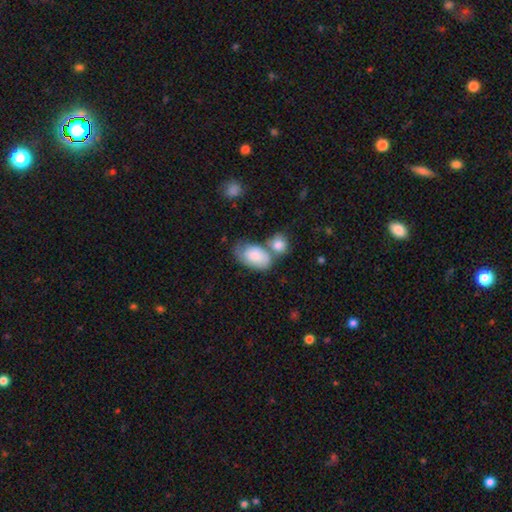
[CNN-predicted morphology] smooth-or-featured: smooth: 77% | featured or disk: 17% | star or artifact: 6%
  how-rounded: in between: 92% | round: 7% | cigar-shaped: 2%
  merging: merger: 40% | none: 31% | minor disturbance: 19% | major disturbance: 10%